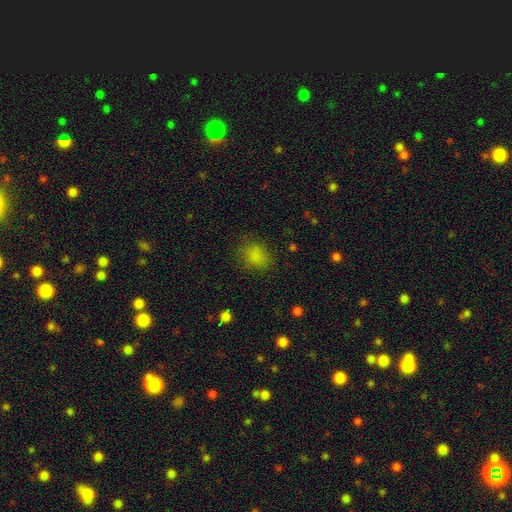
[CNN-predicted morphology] The model was most divided on "how rounded": round: 58%, in between: 41%, cigar-shaped: 1%. More confident: smooth or featured — smooth (81%); merging — none (78%).